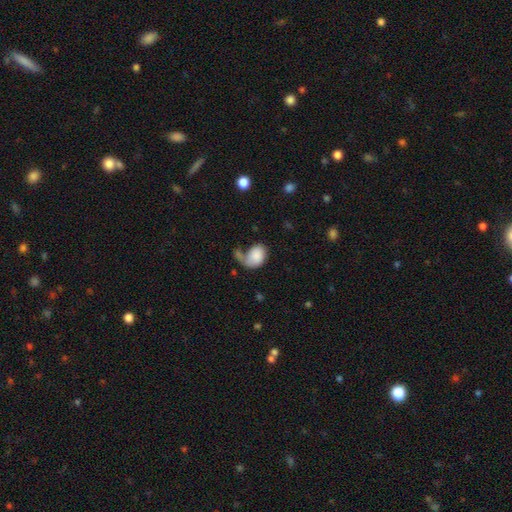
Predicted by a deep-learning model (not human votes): smooth_or_featured: smooth (p=0.76) [alt: featured or disk p=0.17]
how_rounded: in between (p=0.70) [alt: round p=0.29]
merging: major disturbance (p=0.33) [alt: none p=0.29]